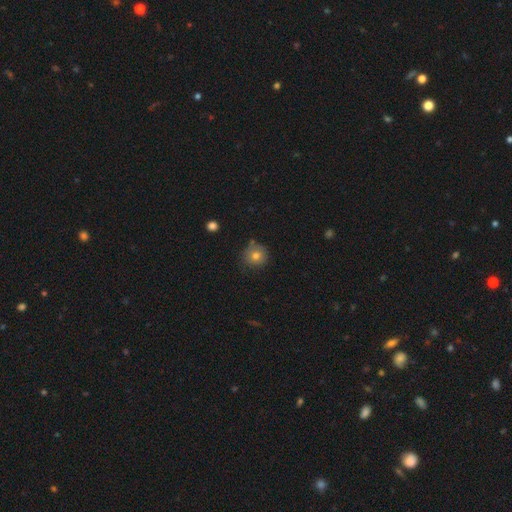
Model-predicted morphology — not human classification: Overall: smooth (77%). How rounded: round (92%). Merging: none (73%).